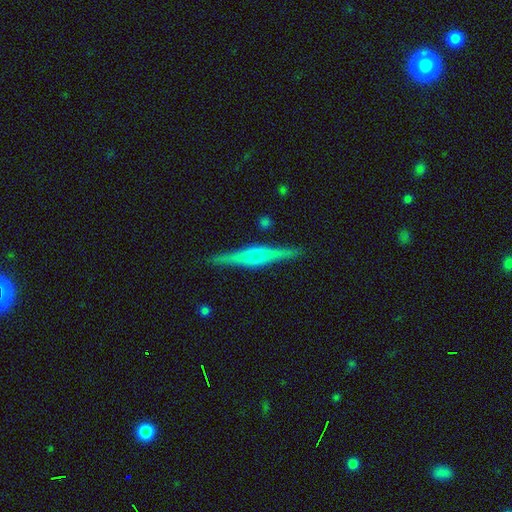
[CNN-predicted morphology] A featured or disk galaxy (79%) viewed edge-on (98%) with a rounded central bulge (82%).

Vote fractions:
- Smooth or featured? featured or disk: 79% / smooth: 15% / star or artifact: 6%
- Edge-on disk? yes: 98% / no: 2%
- Edge-on bulge? rounded: 82% / boxy: 10% / none: 8%
- Merging? none: 91% / minor disturbance: 6% / major disturbance: 1% / merger: 1%